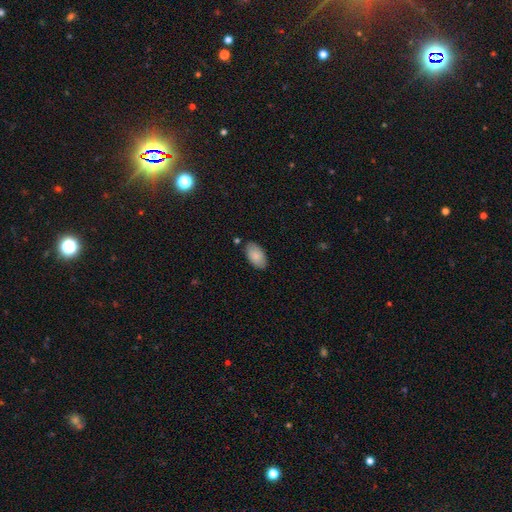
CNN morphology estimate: A smooth galaxy with no disk features (87%) that is in between round and cigar-shaped (95%).

Vote fractions:
- Smooth or featured? smooth: 87% / featured or disk: 7% / star or artifact: 6%
- How rounded? in between: 95% / round: 3% / cigar-shaped: 2%
- Merging? none: 81% / minor disturbance: 14% / merger: 3% / major disturbance: 3%